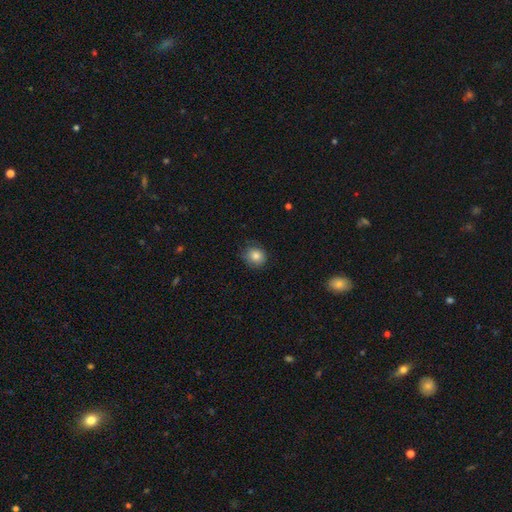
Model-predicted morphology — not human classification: Q: Smooth or featured?
A: smooth (83%); runner-up: star or artifact (9%)
Q: How rounded?
A: round (80%); runner-up: in between (20%)
Q: Merging?
A: none (79%); runner-up: minor disturbance (17%)